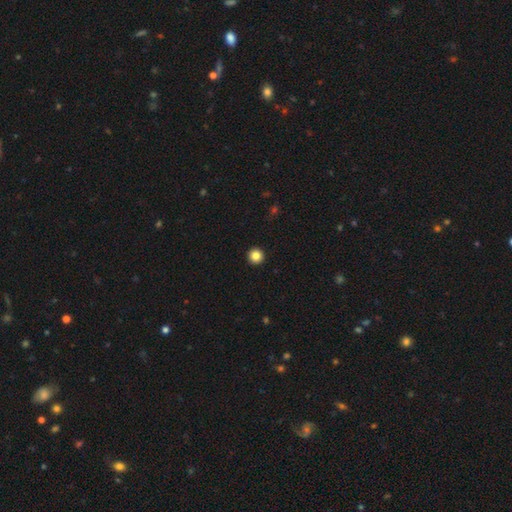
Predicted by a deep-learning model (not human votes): The model was most divided on "smooth or featured": smooth: 85%, star or artifact: 10%, featured or disk: 4%. More confident: how rounded — round (96%); merging — none (94%).